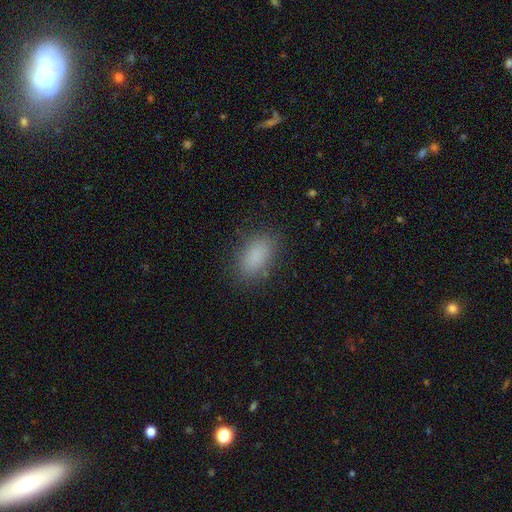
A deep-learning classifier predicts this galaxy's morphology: Smooth or featured?
  - smooth: 86% *
  - star or artifact: 10%
  - featured or disk: 4%
How rounded?
  - in between: 90% *
  - round: 7%
  - cigar-shaped: 3%
Merging?
  - none: 85% *
  - minor disturbance: 10%
  - major disturbance: 3%
  - merger: 1%